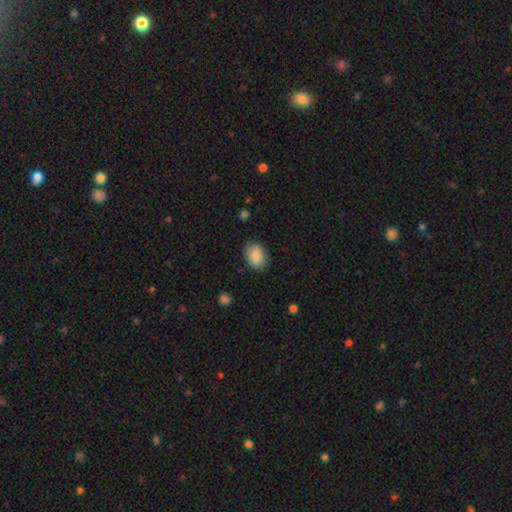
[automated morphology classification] Smooth or featured? smooth (86%)
How rounded? in between (67%)
Merging? none (84%)